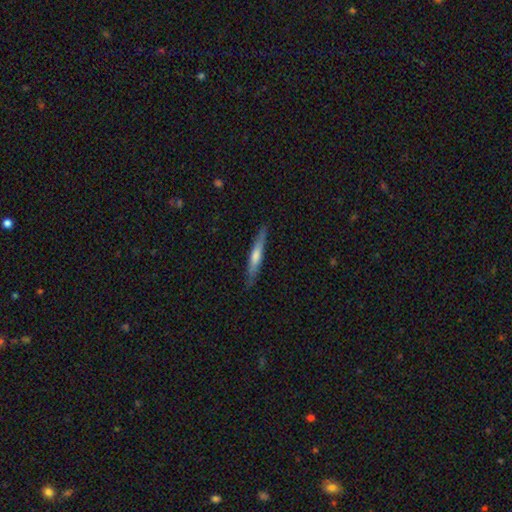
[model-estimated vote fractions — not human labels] Smooth or featured?
  - featured or disk: 49% *
  - smooth: 45%
  - star or artifact: 6%
Merging?
  - none: 87% *
  - minor disturbance: 10%
  - major disturbance: 2%
  - merger: 1%